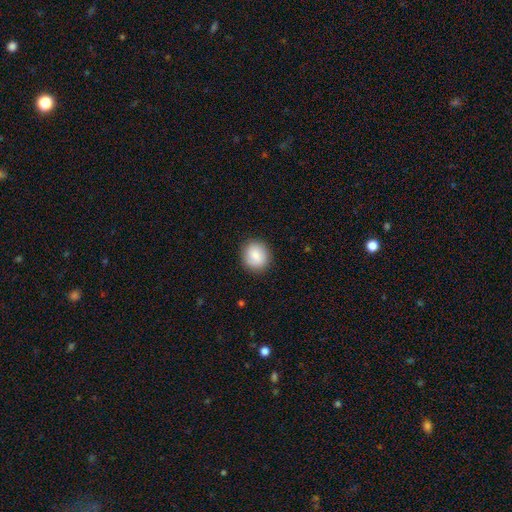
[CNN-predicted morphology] Q: Smooth or featured?
A: smooth (84%); runner-up: featured or disk (9%)
Q: How rounded?
A: round (82%); runner-up: in between (18%)
Q: Merging?
A: none (88%); runner-up: minor disturbance (9%)